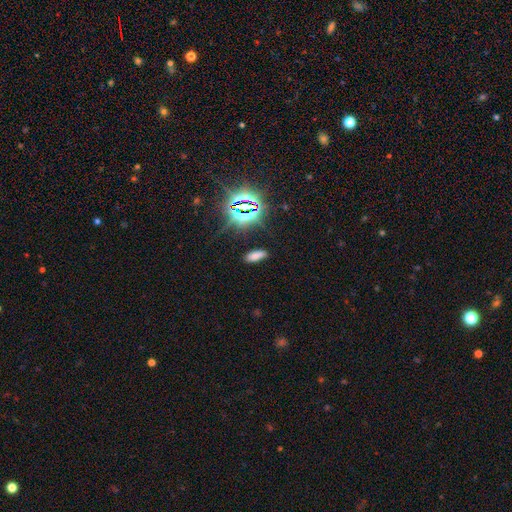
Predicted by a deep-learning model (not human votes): This is likely a smooth galaxy (62%). How rounded: likely in between (75%). Merging: clearly none (83%).